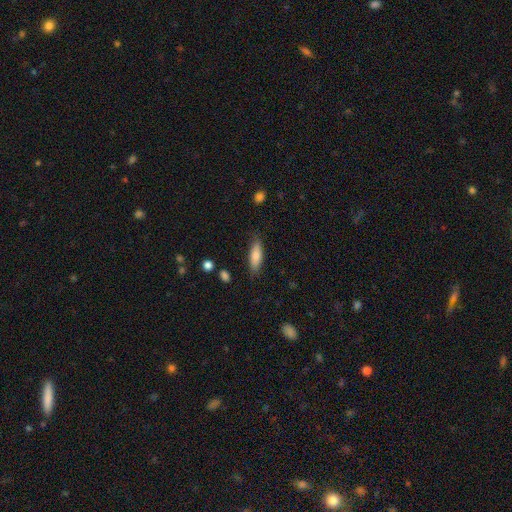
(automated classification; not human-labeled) This appears to be a smooth galaxy with no disk features (78%) that is in between round and cigar-shaped (51%). Merging: none (83%).